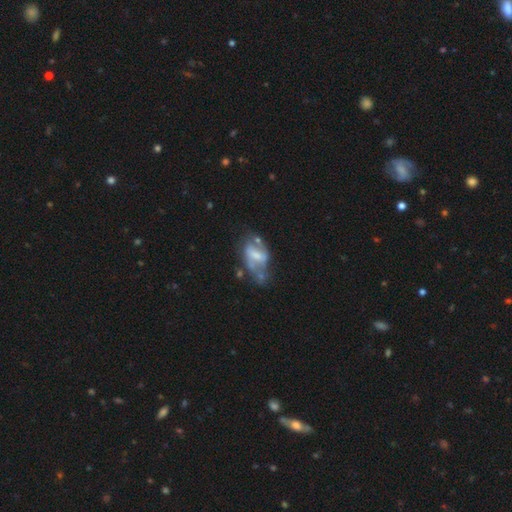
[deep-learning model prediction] smooth_or_featured: featured or disk (p=0.65) [alt: smooth p=0.28]
disk_edge_on: no (p=0.95) [alt: yes p=0.05]
bar: weak (p=0.42) [alt: strong p=0.33]
has_spiral_arms: yes (p=0.60) [alt: no p=0.40]
bulge_size: moderate (p=0.39) [alt: small p=0.33]
merging: none (p=0.36) [alt: minor disturbance p=0.26]